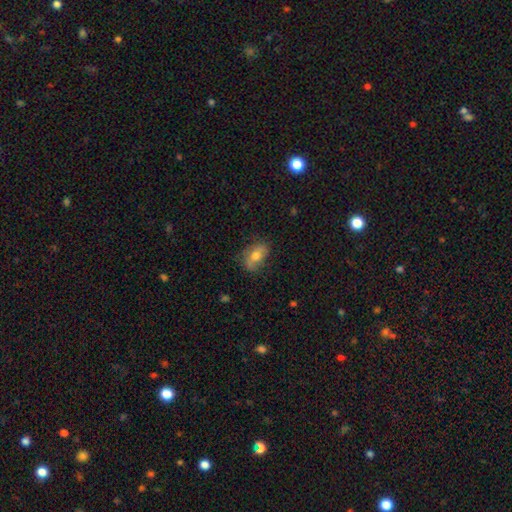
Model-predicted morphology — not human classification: Smooth or featured? smooth (62%)
How rounded? in between (83%)
Merging? none (69%)